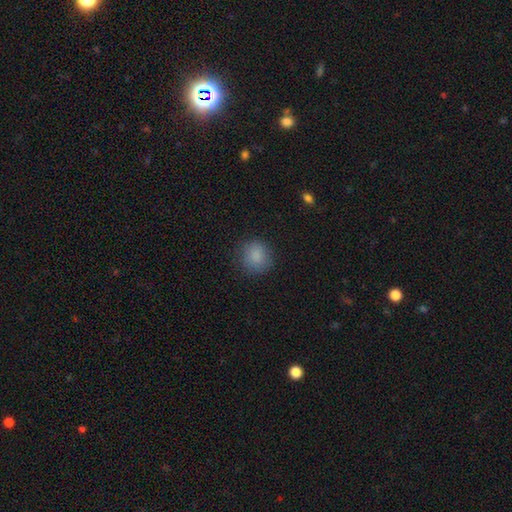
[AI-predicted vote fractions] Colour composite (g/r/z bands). It shows a smooth galaxy with no disk features (87%) that is round (87%). Merging: none (85%).